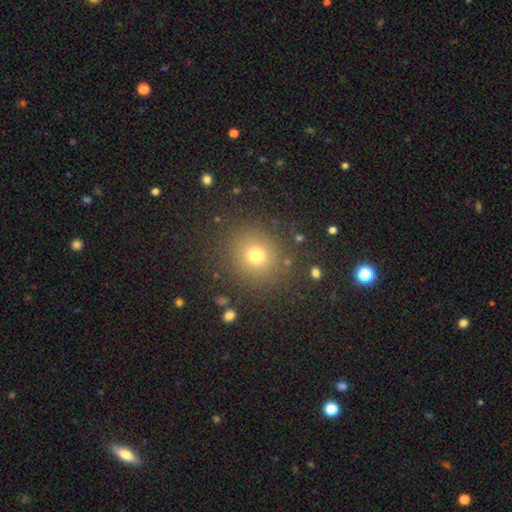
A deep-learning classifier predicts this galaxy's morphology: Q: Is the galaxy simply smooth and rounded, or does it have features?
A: smooth — 72%.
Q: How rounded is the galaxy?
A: round — 87%.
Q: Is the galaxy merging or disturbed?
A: none — 88%.